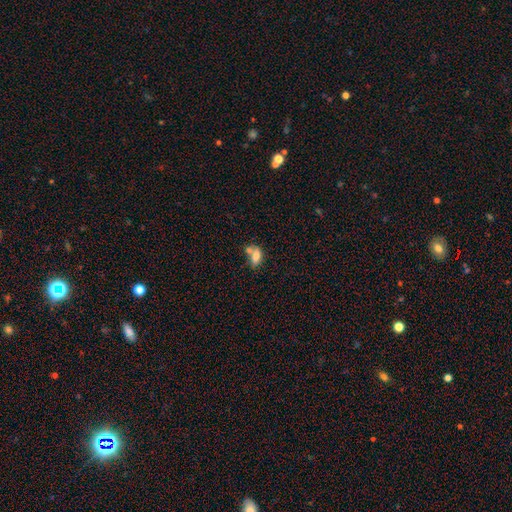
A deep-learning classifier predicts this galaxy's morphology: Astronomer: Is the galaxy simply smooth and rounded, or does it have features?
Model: smooth — 72%.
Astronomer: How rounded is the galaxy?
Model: in between — 85%.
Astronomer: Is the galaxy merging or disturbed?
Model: merger — 46% (runner-up: none, 30%).